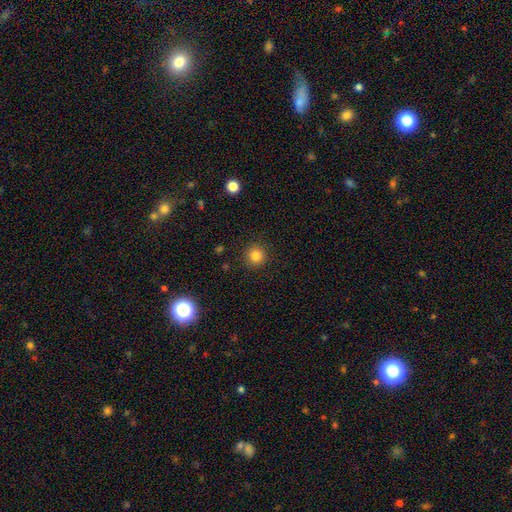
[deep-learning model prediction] smooth-or-featured: smooth: 83% | star or artifact: 12% | featured or disk: 5%
  how-rounded: round: 94% | in between: 5% | cigar-shaped: 1%
  merging: none: 91% | minor disturbance: 6% | major disturbance: 2% | merger: 1%